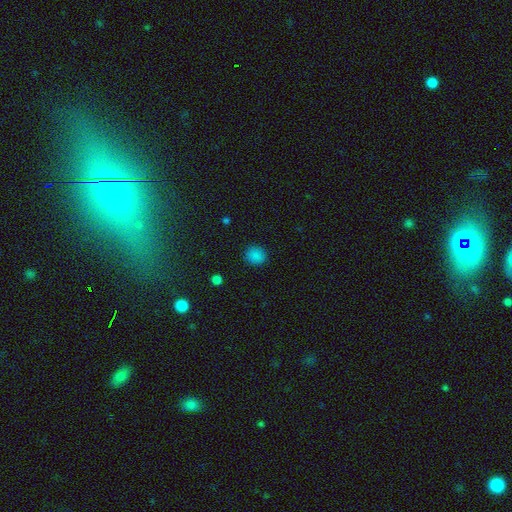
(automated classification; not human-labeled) The model was most divided on "how rounded": round: 85%, in between: 14%, cigar-shaped: 1%. More confident: merging — none (90%); smooth or featured — smooth (85%).